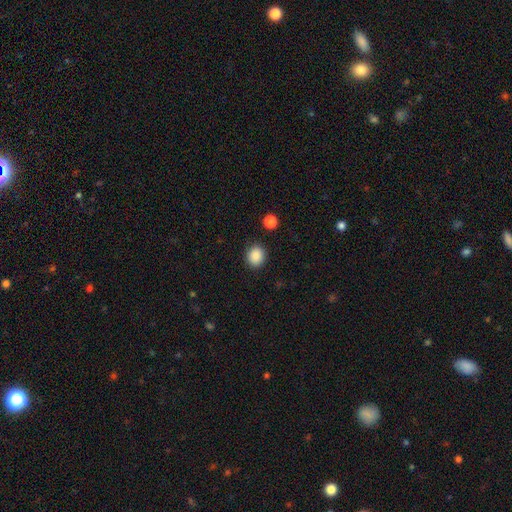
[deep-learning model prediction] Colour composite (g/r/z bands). It shows a smooth galaxy with no disk features (88%) that is round (73%). Merging: none (89%).